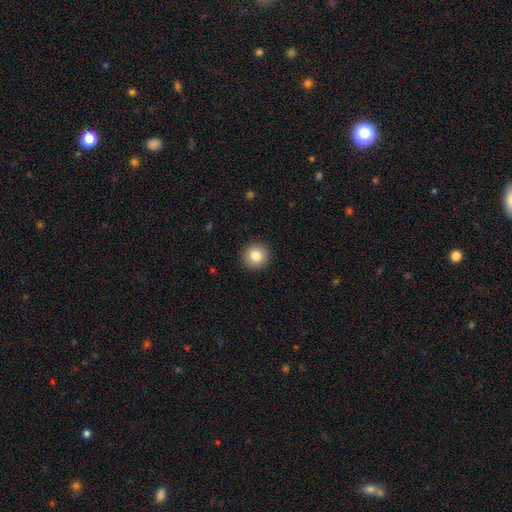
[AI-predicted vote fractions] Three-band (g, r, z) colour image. It shows a smooth galaxy with no disk features (83%) that is round (95%). Merging: none (92%).